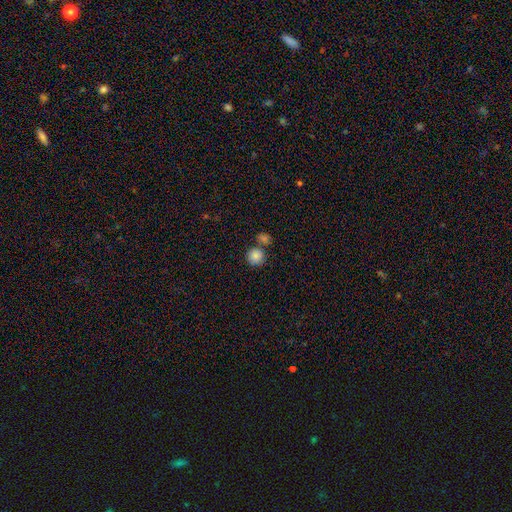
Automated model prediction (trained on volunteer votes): This appears to be a smooth galaxy with no disk features (85%) that is round (91%). Merging: none (61%).